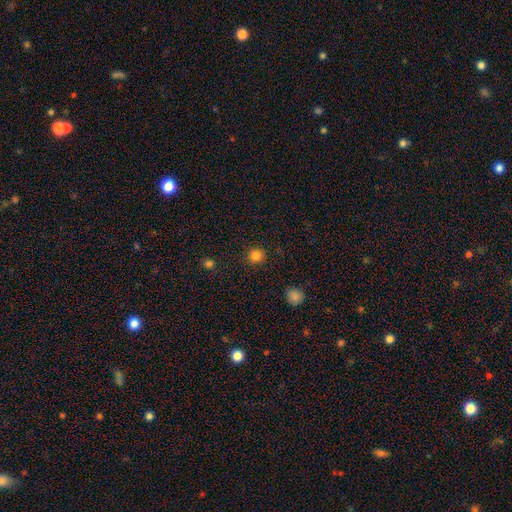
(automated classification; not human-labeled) Smooth or featured?
  - smooth: 83% *
  - star or artifact: 13%
  - featured or disk: 4%
How rounded?
  - round: 92% *
  - in between: 7%
  - cigar-shaped: 1%
Merging?
  - none: 91% *
  - minor disturbance: 6%
  - major disturbance: 2%
  - merger: 1%